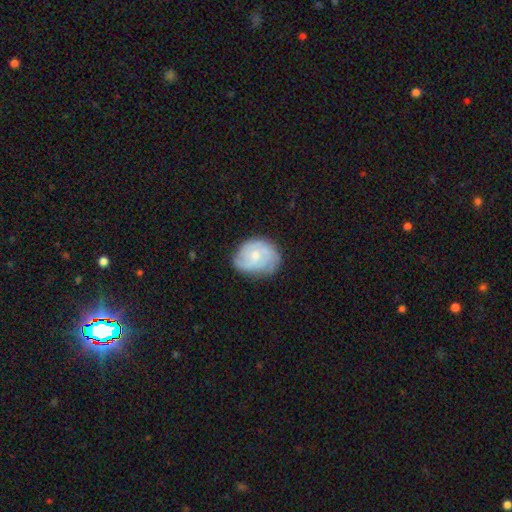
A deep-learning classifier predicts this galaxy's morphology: This appears to be a featured or disk galaxy (66%) with no bar (69%), tight (51%) spiral arms (89%) and a small central bulge (52%). Merging: none (67%).